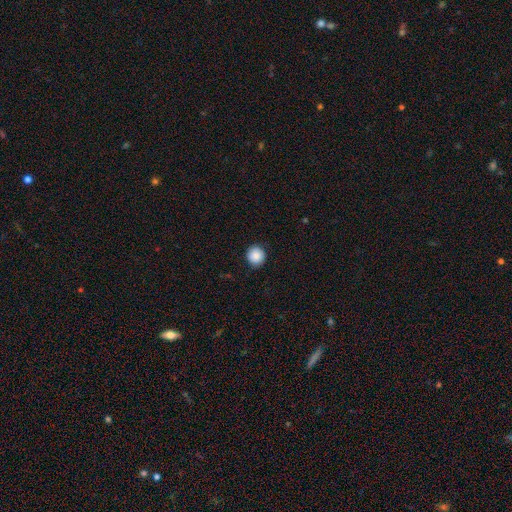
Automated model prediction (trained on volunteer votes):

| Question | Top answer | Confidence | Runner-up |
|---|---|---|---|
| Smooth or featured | smooth | 87% | star or artifact (8%) |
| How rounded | round | 94% | in between (5%) |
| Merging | none | 90% | minor disturbance (7%) |